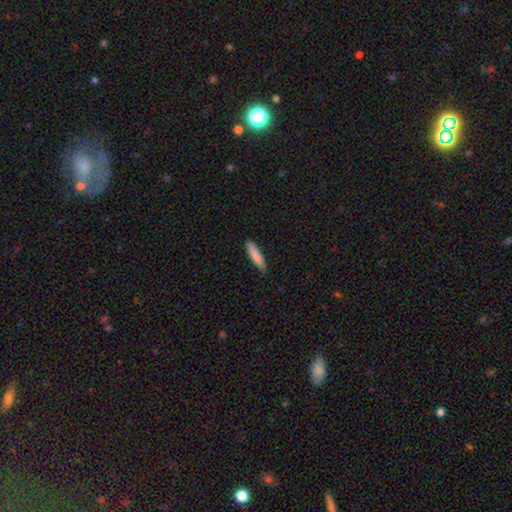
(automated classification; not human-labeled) A smooth galaxy with no disk features (85%) that is cigar-shaped (85%). Merging: none (83%).